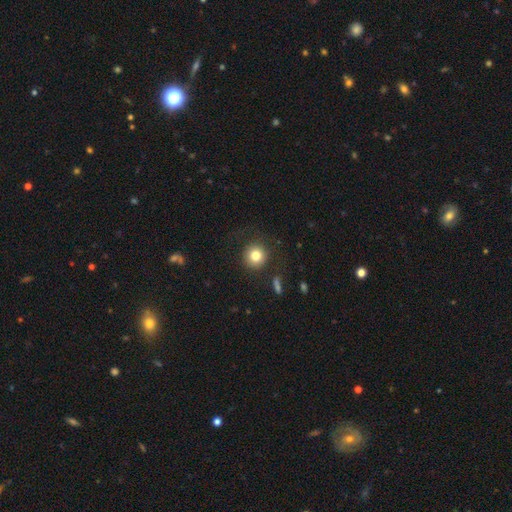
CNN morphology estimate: This is clearly a smooth galaxy (81%). How rounded: clearly round (93%). Merging: clearly none (86%).